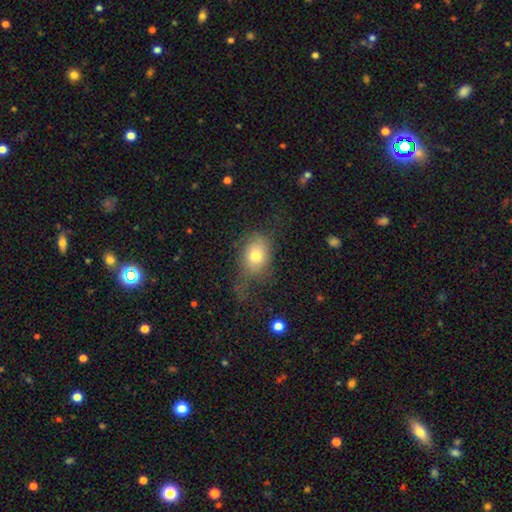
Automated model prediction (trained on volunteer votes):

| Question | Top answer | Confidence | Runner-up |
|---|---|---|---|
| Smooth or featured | smooth | 73% | featured or disk (17%) |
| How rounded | in between | 69% | round (30%) |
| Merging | none | 45% | major disturbance (28%) |